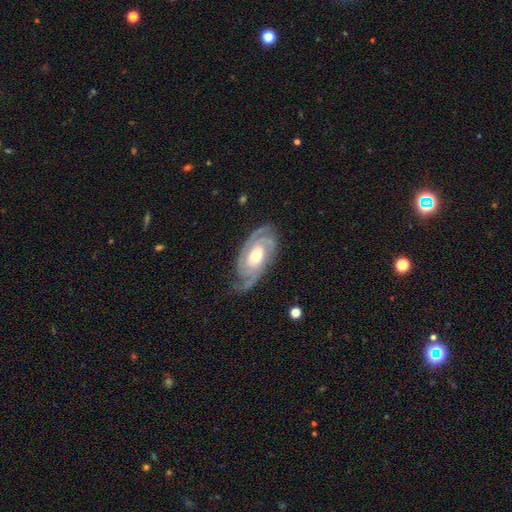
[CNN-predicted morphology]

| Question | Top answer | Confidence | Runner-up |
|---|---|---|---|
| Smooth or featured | featured or disk | 88% | smooth (8%) |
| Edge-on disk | no | 95% | yes (5%) |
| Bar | no | 67% | weak (26%) |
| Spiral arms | yes | 96% | no (4%) |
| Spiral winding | tight | 68% | medium (26%) |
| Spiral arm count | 2 | 37% | 3 (25%) |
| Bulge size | moderate | 72% | small (18%) |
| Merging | none | 74% | minor disturbance (18%) |